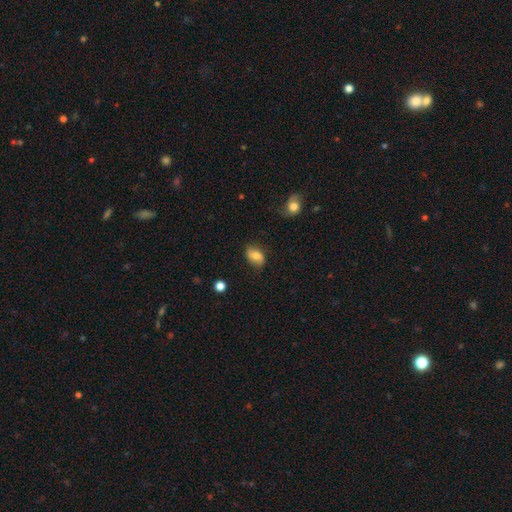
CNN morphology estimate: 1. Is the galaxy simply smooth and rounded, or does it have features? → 69% smooth, 23% featured or disk, 9% star or artifact.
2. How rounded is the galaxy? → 82% in between, 16% round, 2% cigar-shaped.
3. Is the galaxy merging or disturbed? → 73% none, 20% minor disturbance, 5% major disturbance, 2% merger.